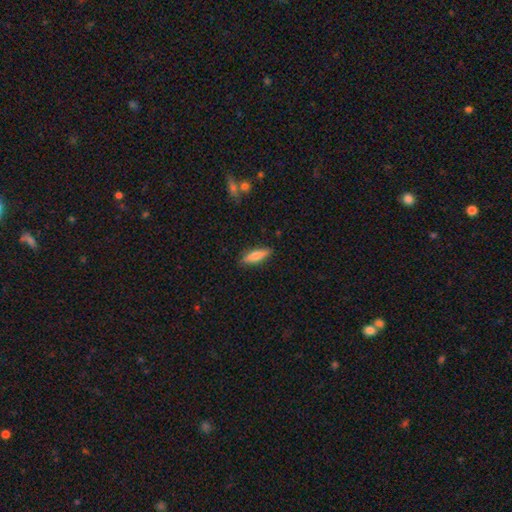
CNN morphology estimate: type=smooth (77%); roundness=cigar-shaped (61%); merging=none (85%).